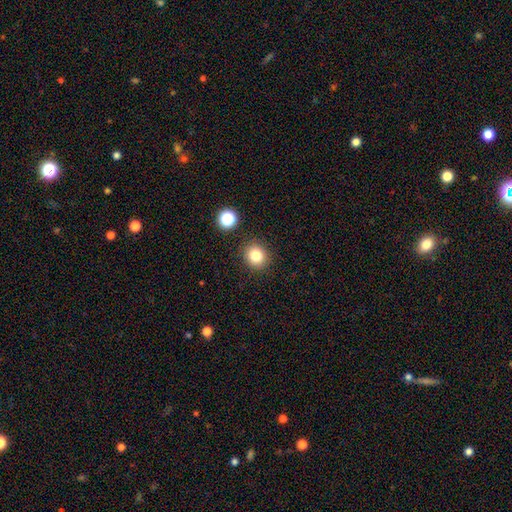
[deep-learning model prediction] A smooth galaxy with no disk features (81%) that is round (83%). Merging: none (88%).